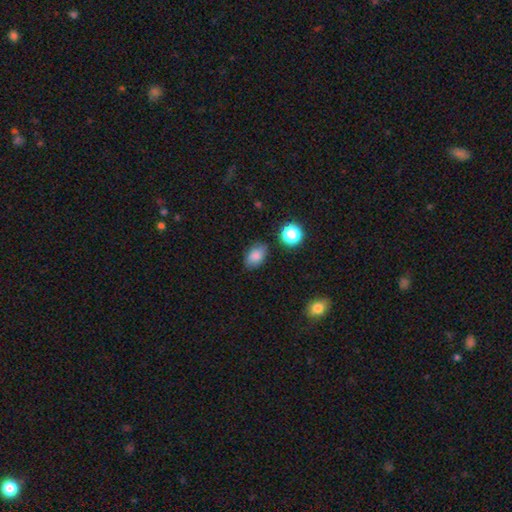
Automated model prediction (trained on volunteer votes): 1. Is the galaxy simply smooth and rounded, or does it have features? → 81% smooth, 11% star or artifact, 8% featured or disk.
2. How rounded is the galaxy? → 83% in between, 15% round, 2% cigar-shaped.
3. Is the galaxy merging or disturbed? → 77% none, 16% minor disturbance, 4% major disturbance, 3% merger.